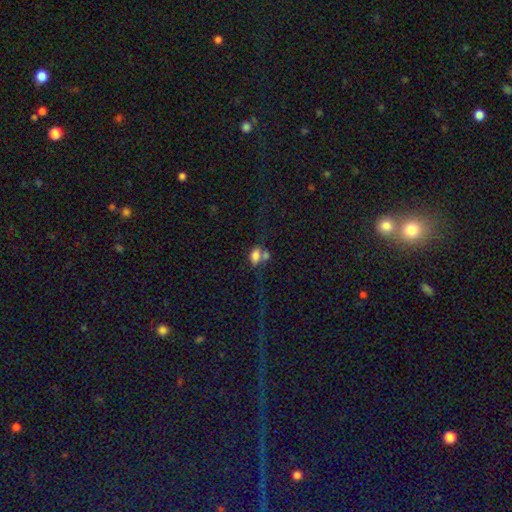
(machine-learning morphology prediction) This appears to be a smooth galaxy with no disk features (76%) that is in between round and cigar-shaped (83%). Merging: merger (48%).